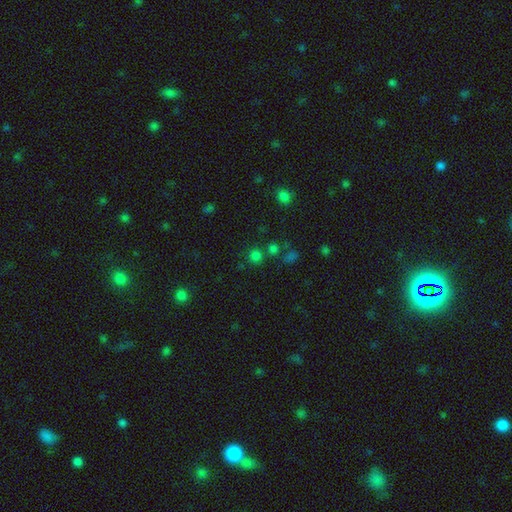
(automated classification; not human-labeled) smooth 71%, star or artifact 23%, featured or disk 5%. Down the decision tree: how rounded — round (92%); merging — none (74%).